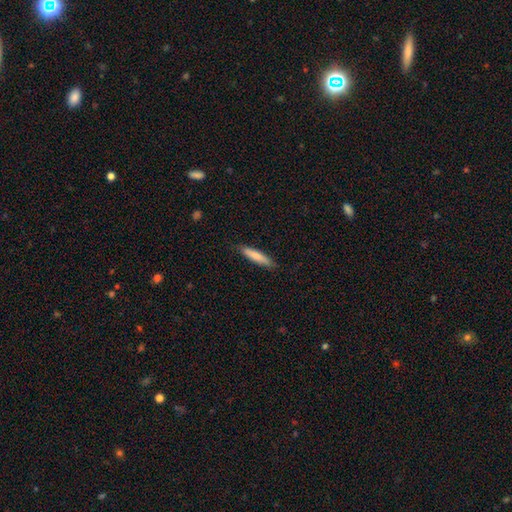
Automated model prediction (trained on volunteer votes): Q: Smooth or featured?
A: smooth (76%); runner-up: featured or disk (19%)
Q: How rounded?
A: cigar-shaped (85%); runner-up: in between (14%)
Q: Merging?
A: none (86%); runner-up: minor disturbance (11%)